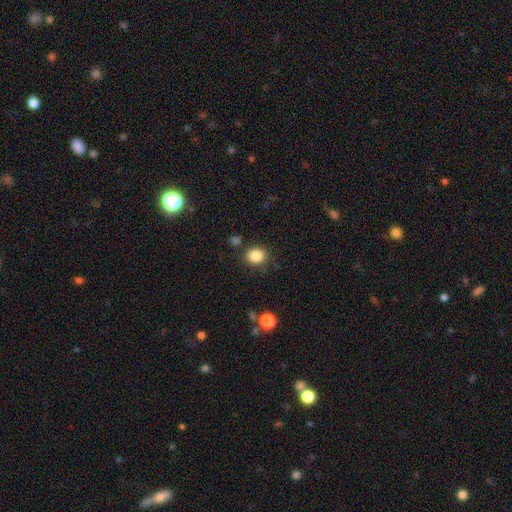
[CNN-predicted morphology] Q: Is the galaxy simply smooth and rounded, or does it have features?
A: smooth — 86%.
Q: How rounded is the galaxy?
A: round — 70%.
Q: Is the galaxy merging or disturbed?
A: none — 83%.